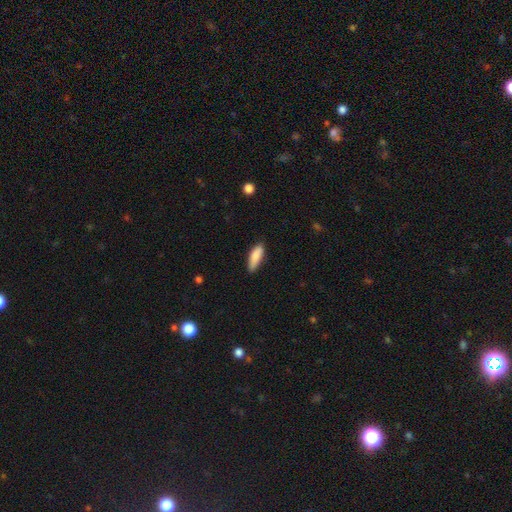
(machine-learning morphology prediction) smooth-or-featured: smooth: 86% | featured or disk: 8% | star or artifact: 6%
  how-rounded: in between: 57% | cigar-shaped: 41% | round: 2%
  merging: none: 77% | minor disturbance: 19% | major disturbance: 3% | merger: 1%